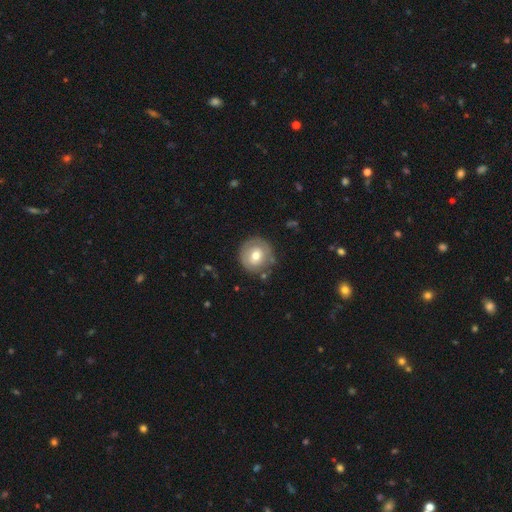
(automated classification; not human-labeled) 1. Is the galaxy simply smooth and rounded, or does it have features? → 60% smooth, 32% featured or disk, 8% star or artifact.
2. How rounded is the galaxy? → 91% round, 8% in between, 1% cigar-shaped.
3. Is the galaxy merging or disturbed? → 78% none, 14% minor disturbance, 5% major disturbance, 3% merger.